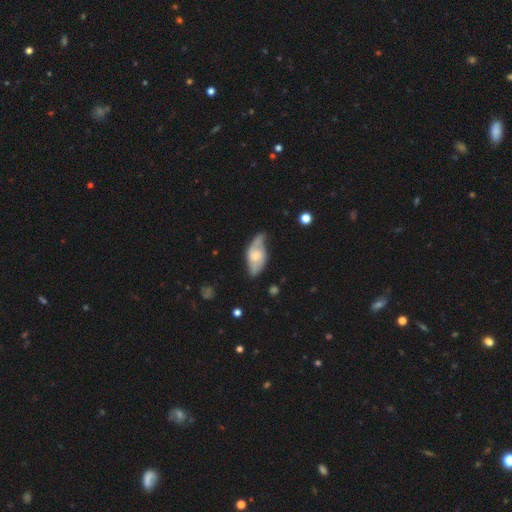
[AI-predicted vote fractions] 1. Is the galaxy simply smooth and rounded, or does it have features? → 58% featured or disk, 36% smooth, 6% star or artifact.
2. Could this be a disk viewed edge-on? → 88% no, 12% yes.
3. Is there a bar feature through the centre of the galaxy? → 55% no, 37% weak, 8% strong.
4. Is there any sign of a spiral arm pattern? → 82% yes, 18% no.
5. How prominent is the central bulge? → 39% moderate, 33% small, 14% large, 11% none, 2% dominant.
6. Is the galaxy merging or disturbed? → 48% none, 34% minor disturbance, 14% major disturbance, 4% merger.